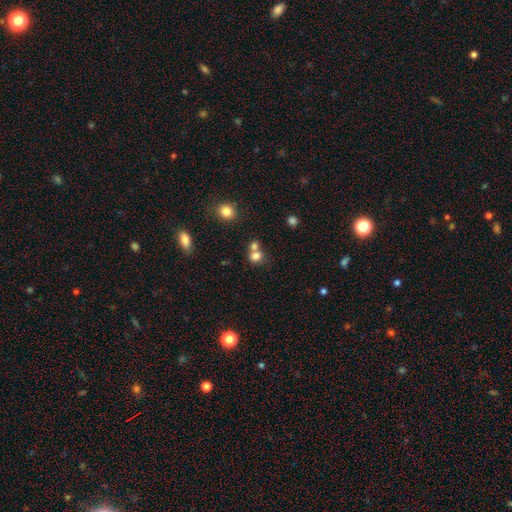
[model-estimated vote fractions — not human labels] smooth_or_featured: smooth (p=0.78) [alt: star or artifact p=0.12]
how_rounded: round (p=0.65) [alt: in between p=0.34]
merging: merger (p=0.52) [alt: none p=0.37]